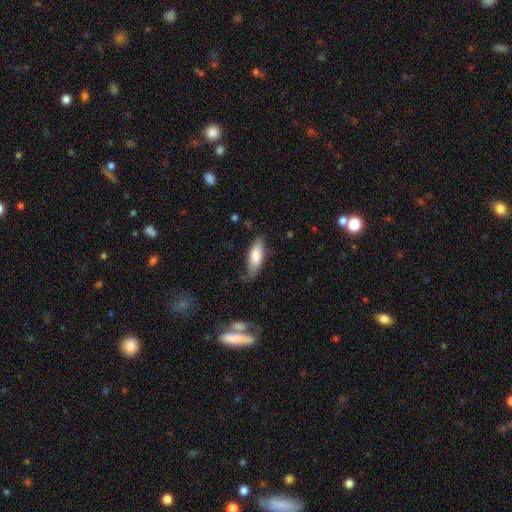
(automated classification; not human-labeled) smooth-or-featured: smooth: 77% | featured or disk: 18% | star or artifact: 6%
  how-rounded: in between: 65% | cigar-shaped: 33% | round: 2%
  merging: none: 64% | minor disturbance: 27% | major disturbance: 6% | merger: 2%